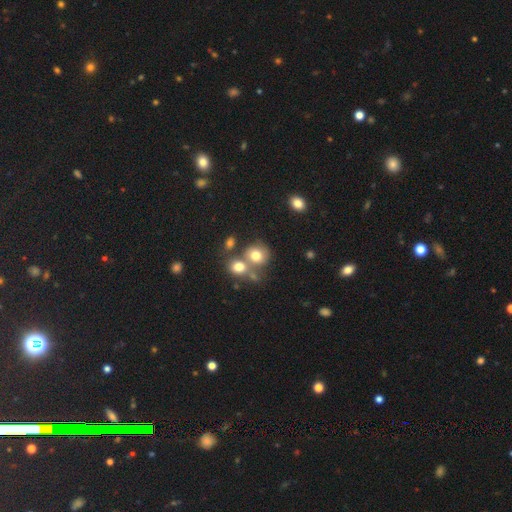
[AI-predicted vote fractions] Q: Smooth or featured?
A: smooth (73%); runner-up: featured or disk (15%)
Q: How rounded?
A: round (76%); runner-up: in between (23%)
Q: Merging?
A: none (45%); runner-up: merger (38%)